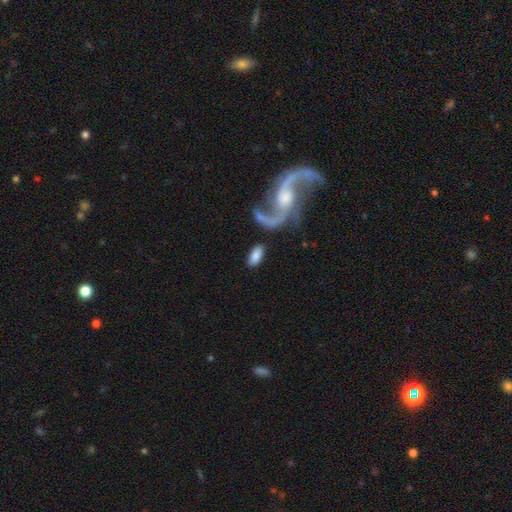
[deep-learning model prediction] Smooth or featured?
  - smooth: 72% *
  - featured or disk: 22%
  - star or artifact: 6%
How rounded?
  - in between: 92% *
  - cigar-shaped: 4%
  - round: 3%
Merging?
  - none: 71% *
  - minor disturbance: 13%
  - merger: 9%
  - major disturbance: 8%